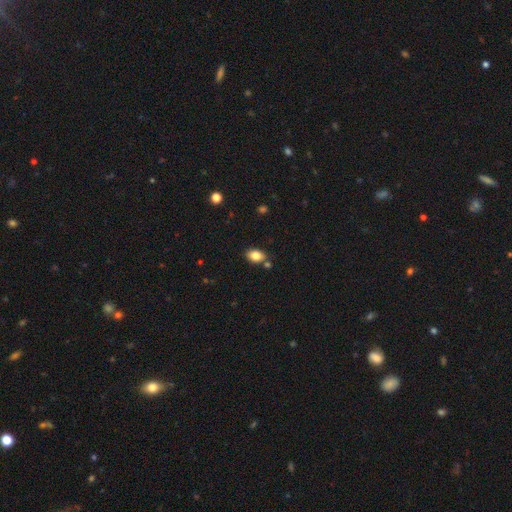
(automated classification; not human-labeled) Smooth or featured? Predicted: smooth (p=0.83). How rounded? Predicted: in between (p=0.84). Merging? Predicted: none (p=0.76).